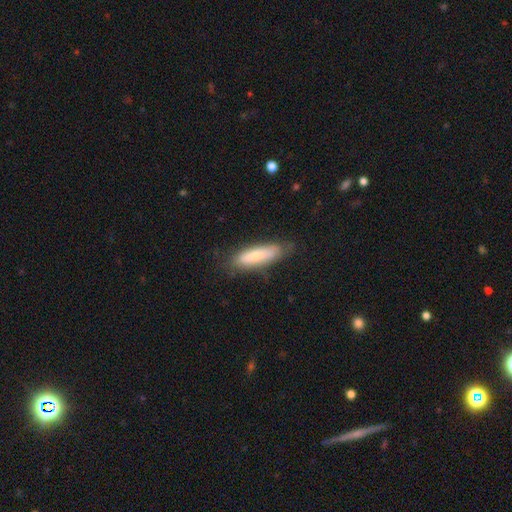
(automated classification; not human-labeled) Overall: smooth (67%). How rounded: cigar-shaped (53%; in between 45%). Merging: none (74%).